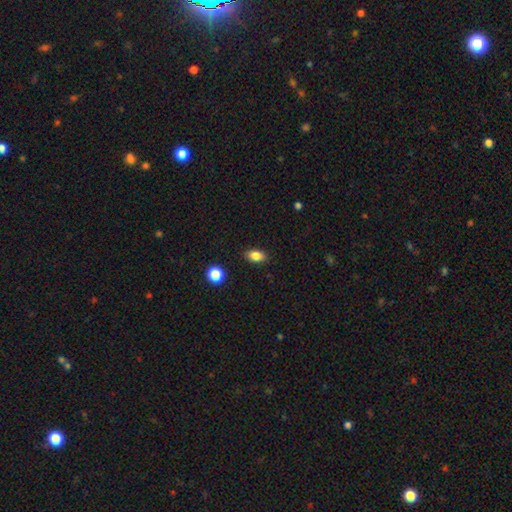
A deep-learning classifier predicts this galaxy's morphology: smooth 84%, star or artifact 10%, featured or disk 7%. Down the decision tree: how rounded — in between (85%); merging — none (88%).